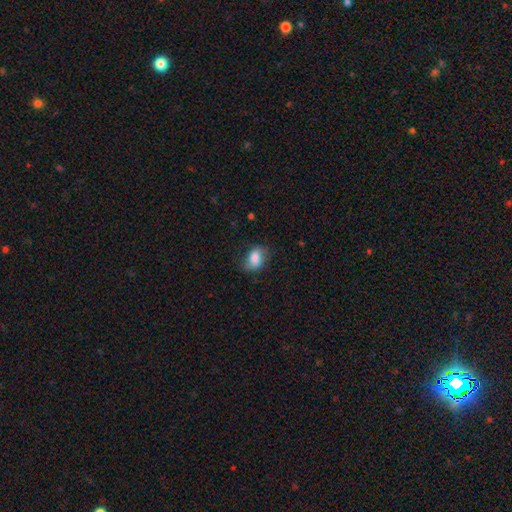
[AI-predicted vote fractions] Overall: smooth (76%). How rounded: in between (77%). Merging: none (68%).